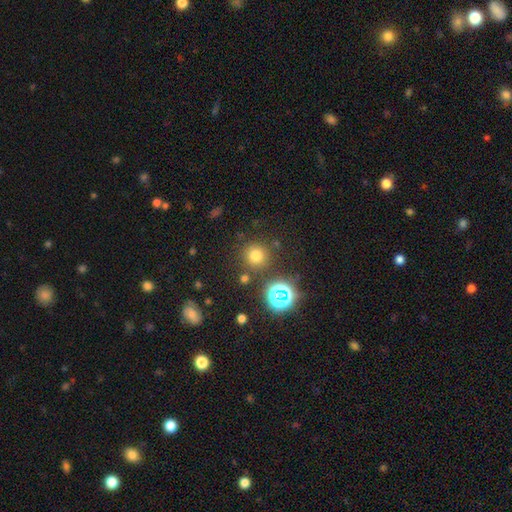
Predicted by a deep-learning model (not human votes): Morphology: type=smooth (70%); roundness=round (93%); merging=none (82%).